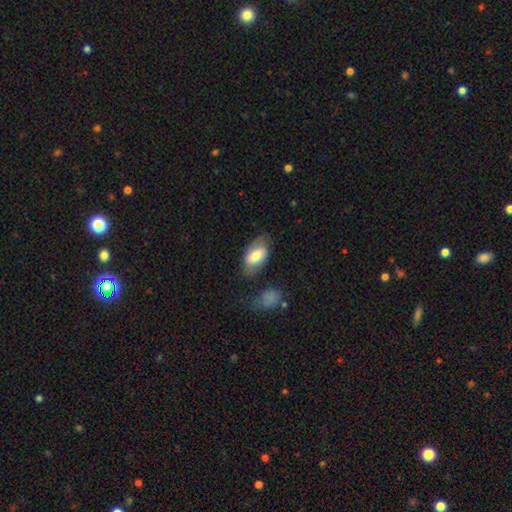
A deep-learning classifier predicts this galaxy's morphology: A smooth galaxy with no disk features (68%) that is in between round and cigar-shaped (92%). Merging: none (64%).